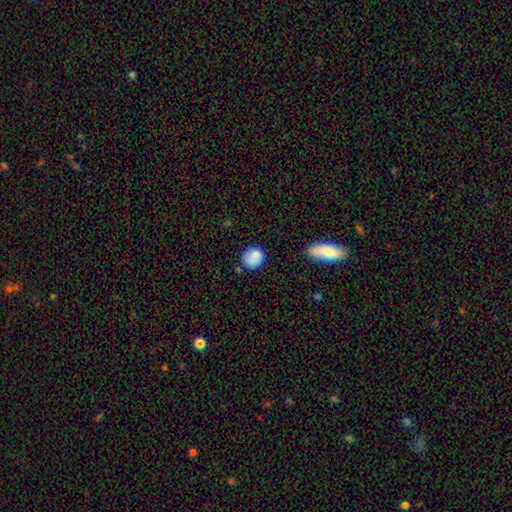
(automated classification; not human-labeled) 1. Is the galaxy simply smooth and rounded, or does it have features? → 80% smooth, 12% featured or disk, 9% star or artifact.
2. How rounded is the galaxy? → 78% round, 20% in between, 1% cigar-shaped.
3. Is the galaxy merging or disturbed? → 67% none, 22% minor disturbance, 6% major disturbance, 5% merger.